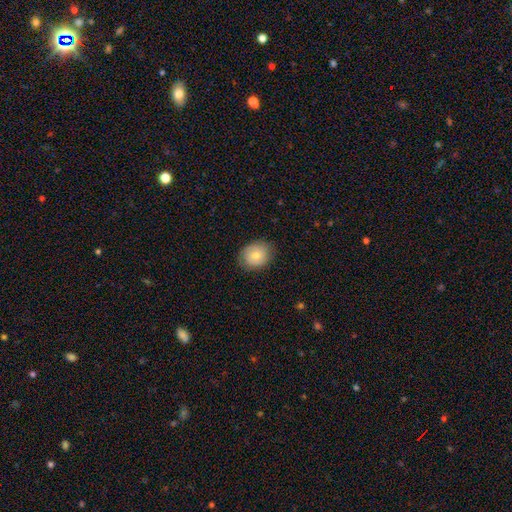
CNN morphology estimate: smooth-or-featured: smooth: 73% | featured or disk: 19% | star or artifact: 8%
  how-rounded: round: 55% | in between: 44% | cigar-shaped: 1%
  merging: none: 82% | minor disturbance: 14% | major disturbance: 3% | merger: 1%